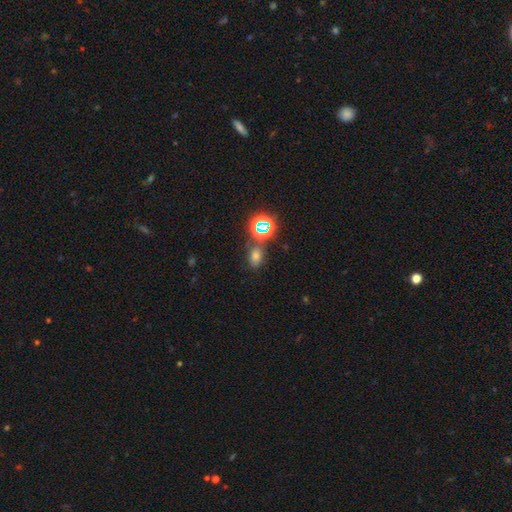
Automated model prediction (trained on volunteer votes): smooth 56%, star or artifact 36%, featured or disk 8%. Down the decision tree: how rounded — in between (68%); merging — none (72%).